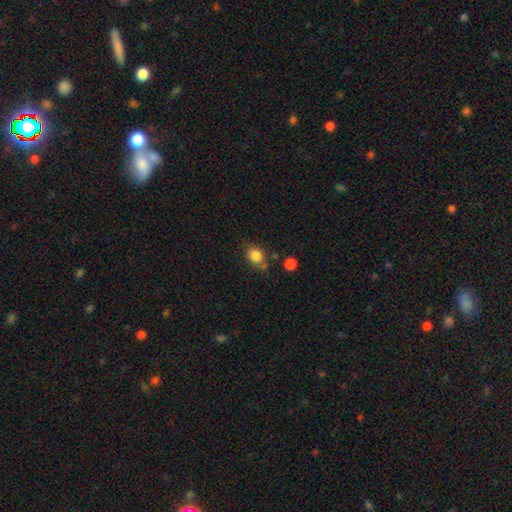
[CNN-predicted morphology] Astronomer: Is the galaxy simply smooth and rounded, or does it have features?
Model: smooth — 84%.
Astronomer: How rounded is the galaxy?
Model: round — 64%.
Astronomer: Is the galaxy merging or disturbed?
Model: none — 65%.